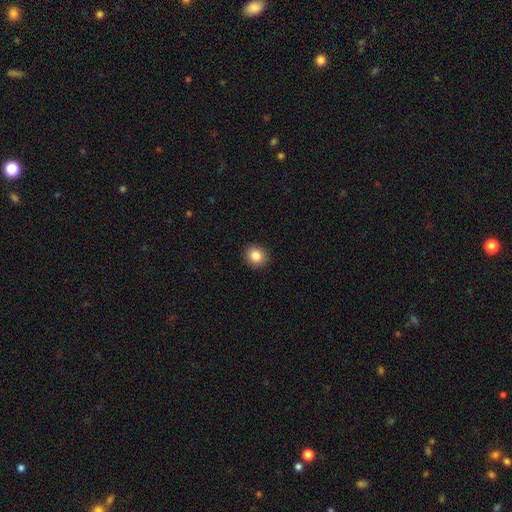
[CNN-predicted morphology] The model was most divided on "how rounded": round: 83%, in between: 16%, cigar-shaped: 1%. More confident: merging — none (92%); smooth or featured — smooth (85%).